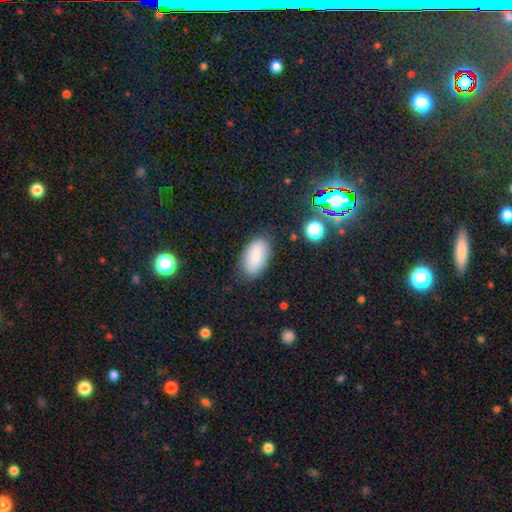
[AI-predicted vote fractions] A smooth galaxy with no disk features (83%) that is in between round and cigar-shaped (94%). Merging: none (81%).